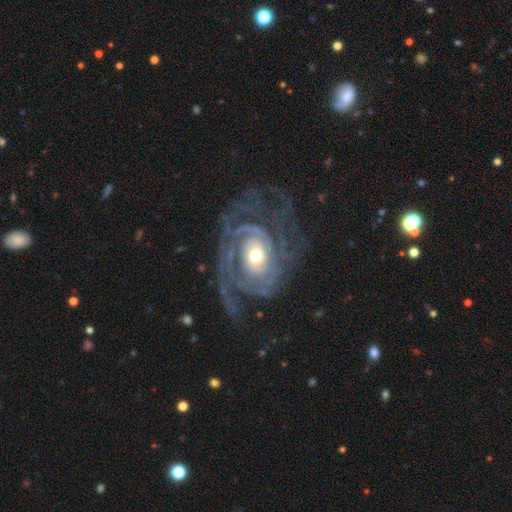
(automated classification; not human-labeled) A featured or disk galaxy (90%) with no bar (64%), 2 (28%) tight (62%) spiral arms (96%) and a moderate central bulge (60%). Merging: none (65%).